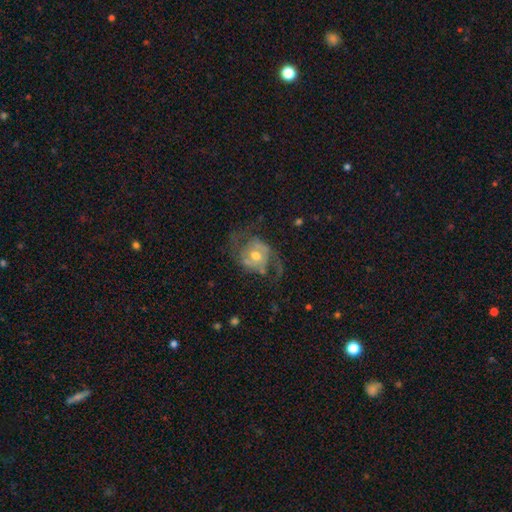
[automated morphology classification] featured or disk 77%, smooth 16%, star or artifact 7%. Down the decision tree: edge-on disk — no (97%); bar — no (61%); spiral arms — yes (87%); spiral arm count — 2 (78%); spiral winding — medium (45%); bulge size — moderate (70%); merging — none (52%).